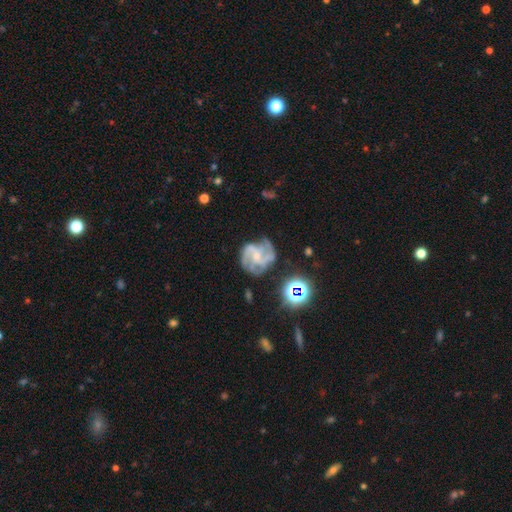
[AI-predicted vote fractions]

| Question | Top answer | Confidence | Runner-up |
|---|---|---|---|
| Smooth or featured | featured or disk | 81% | smooth (10%) |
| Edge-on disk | no | 98% | yes (2%) |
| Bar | no | 52% | weak (38%) |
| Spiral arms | yes | 93% | no (7%) |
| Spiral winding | medium | 50% | tight (30%) |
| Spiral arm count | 3 | 38% | 2 (27%) |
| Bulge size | small | 51% | moderate (30%) |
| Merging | none | 60% | minor disturbance (22%) |